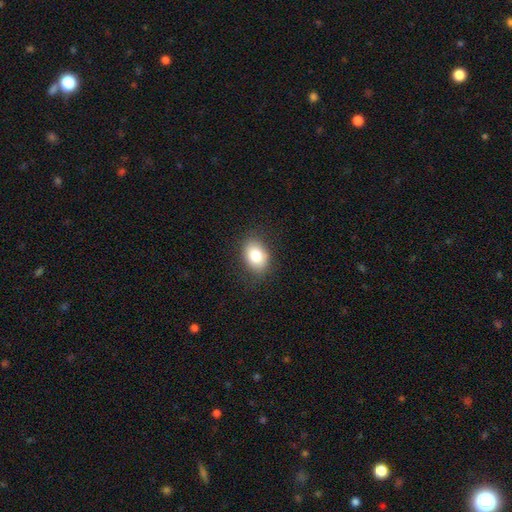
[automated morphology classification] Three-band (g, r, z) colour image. It shows a smooth galaxy with no disk features (81%) that is in between round and cigar-shaped (73%). Merging: none (83%).